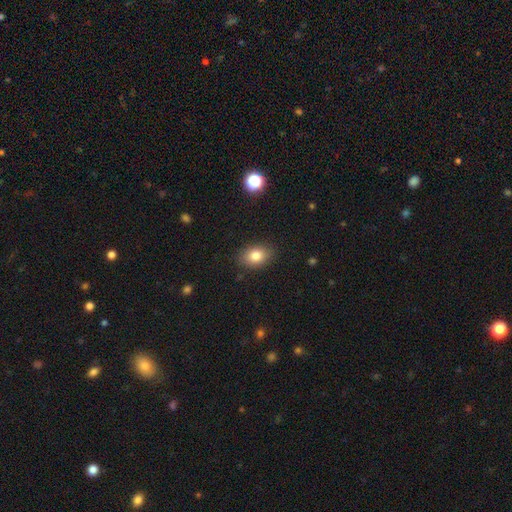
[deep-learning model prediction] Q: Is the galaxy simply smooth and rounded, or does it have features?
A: smooth — 82%.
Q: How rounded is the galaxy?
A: in between — 79%.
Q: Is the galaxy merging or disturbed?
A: none — 87%.